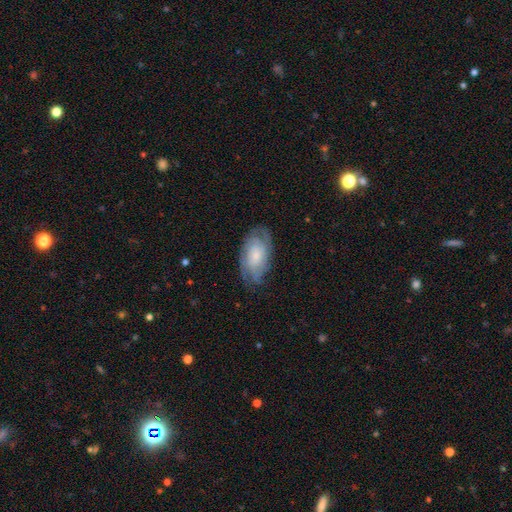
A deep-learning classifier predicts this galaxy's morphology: Overall: featured or disk (64%; smooth 28%). Edge-on disk: no (94%). Bar: no (75%). Spiral arms: yes (87%). Spiral arm count: can't tell (49%; 2 24%). Spiral winding: tight (60%; medium 30%). Bulge size: small (46%; moderate 34%). Merging: none (70%).